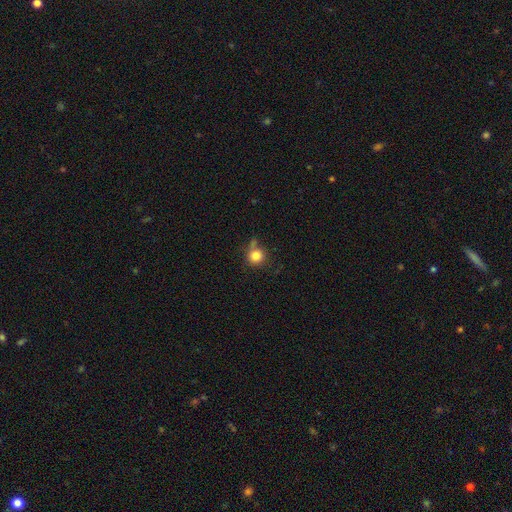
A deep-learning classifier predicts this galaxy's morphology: Overall: smooth (82%). How rounded: round (90%). Merging: none (64%).